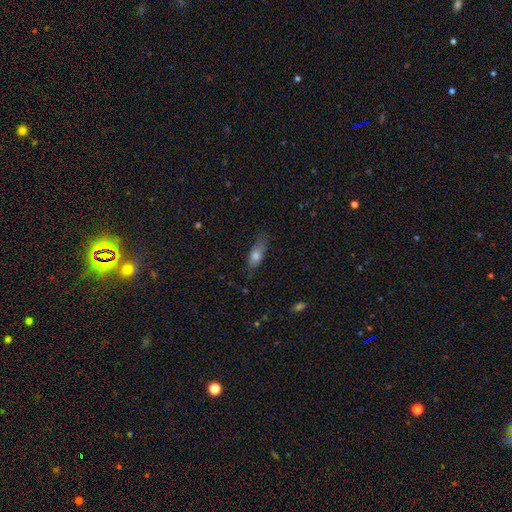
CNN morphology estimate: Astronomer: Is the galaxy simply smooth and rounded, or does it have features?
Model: smooth — 73%.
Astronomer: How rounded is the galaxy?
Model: in between — 68%.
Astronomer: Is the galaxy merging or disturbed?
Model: none — 67%.